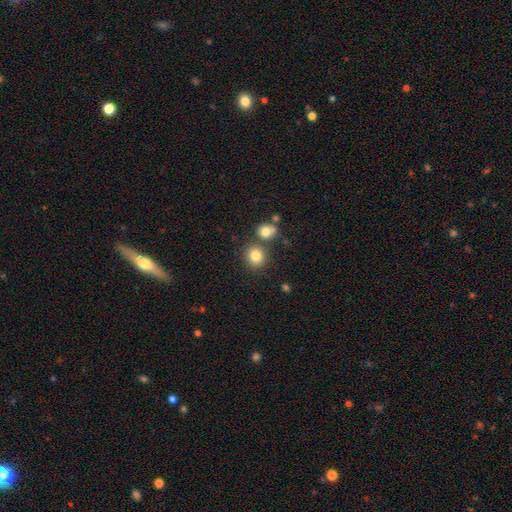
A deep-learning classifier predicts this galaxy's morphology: This appears to be a smooth galaxy with no disk features (80%) that is round (85%). Merging: none (74%).